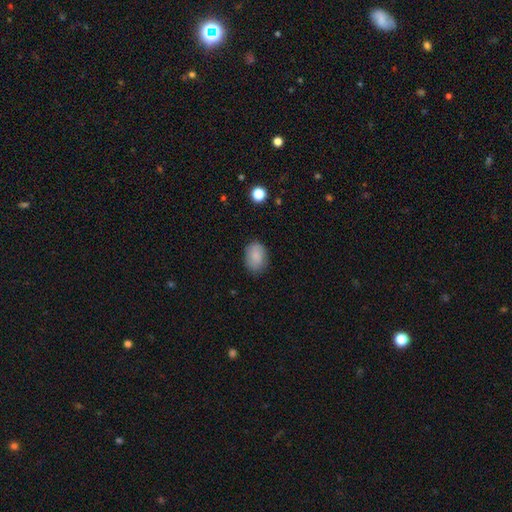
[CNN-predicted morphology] Overall: smooth (83%). How rounded: in between (74%). Merging: none (81%).